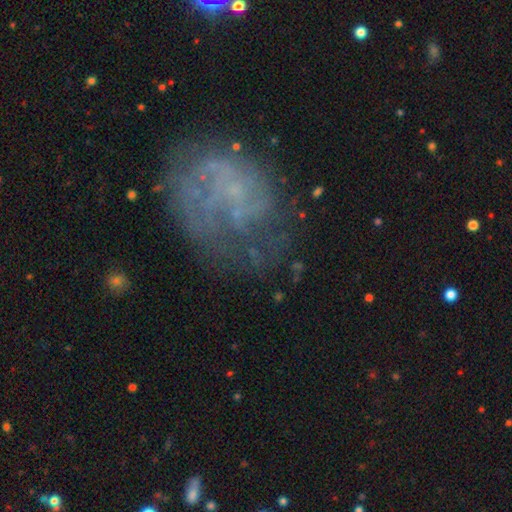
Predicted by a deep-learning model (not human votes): Smooth or featured?
  - featured or disk: 64% *
  - smooth: 23%
  - star or artifact: 14%
Edge-on disk?
  - no: 98% *
  - yes: 2%
Bar?
  - no: 85% *
  - weak: 13%
  - strong: 2%
Spiral arms?
  - no: 50% * (tied)
  - yes: 50% * (tied)
Bulge size?
  - none: 63% *
  - small: 27%
  - moderate: 7%
  - large: 2%
  - dominant: 1%
Merging?
  - none: 51% *
  - major disturbance: 26%
  - minor disturbance: 19%
  - merger: 3%